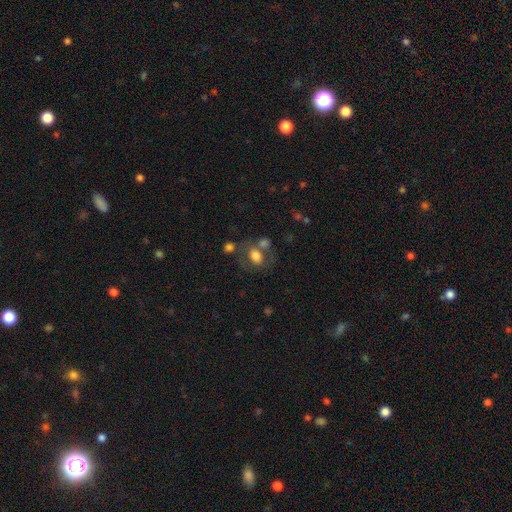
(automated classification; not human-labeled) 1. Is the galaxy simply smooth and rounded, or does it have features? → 66% smooth, 24% featured or disk, 10% star or artifact.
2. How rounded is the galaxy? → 62% in between, 36% round, 1% cigar-shaped.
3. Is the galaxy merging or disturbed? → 46% none, 27% merger, 16% minor disturbance, 11% major disturbance.